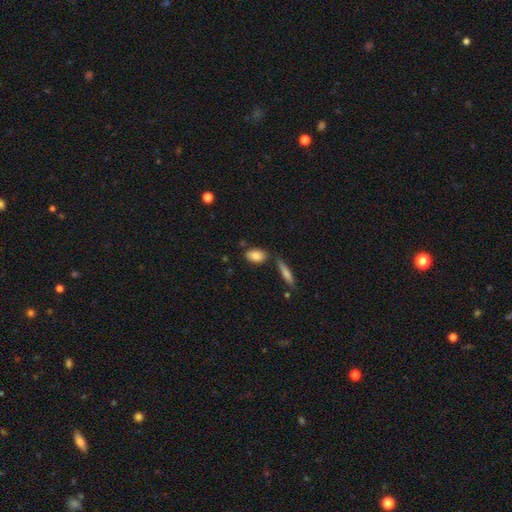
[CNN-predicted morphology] This is clearly a smooth galaxy (82%). How rounded: clearly in between (87%). Merging: likely none (72%).